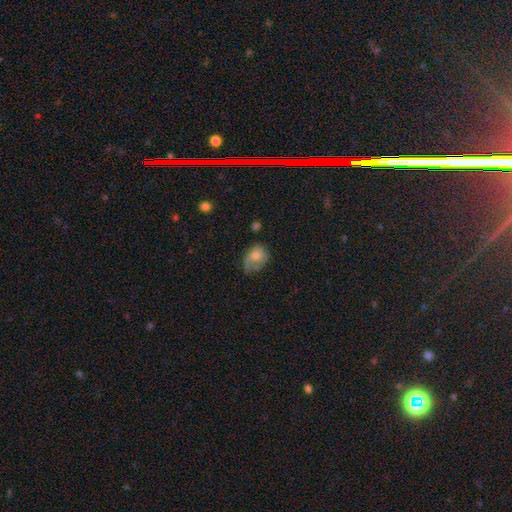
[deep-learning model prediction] This appears to be a smooth galaxy with no disk features (48%). Merging: none (42%).